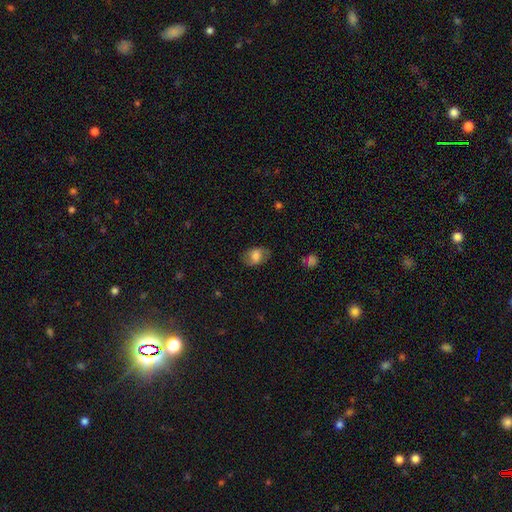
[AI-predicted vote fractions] The model was most divided on "smooth or featured": smooth: 65%, featured or disk: 26%, star or artifact: 9%. More confident: how rounded — in between (79%); merging — none (72%).